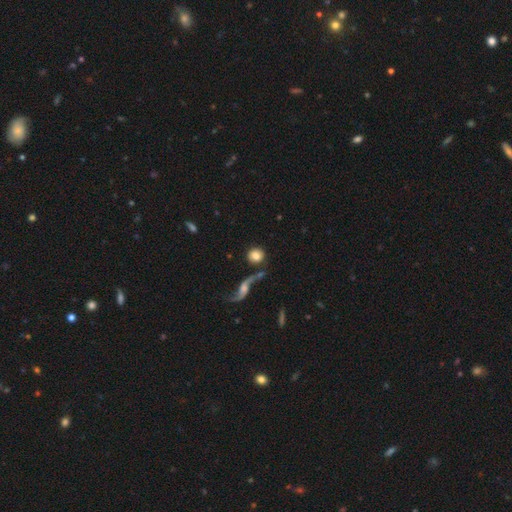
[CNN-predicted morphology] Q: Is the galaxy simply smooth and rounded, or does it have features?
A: smooth — 77%.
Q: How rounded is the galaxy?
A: round — 86%.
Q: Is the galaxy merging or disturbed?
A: none — 69%.